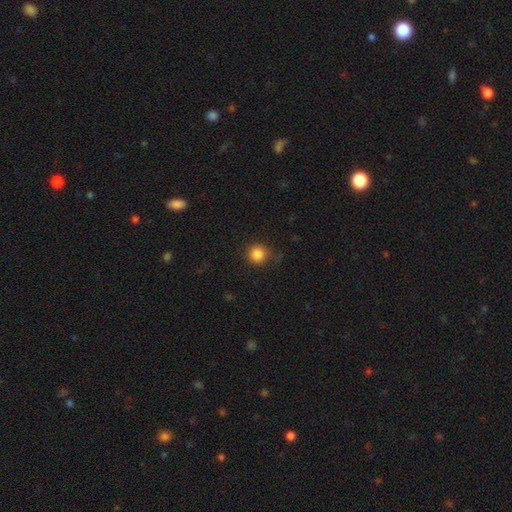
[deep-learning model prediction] Q: Smooth or featured?
A: smooth (85%); runner-up: star or artifact (11%)
Q: How rounded?
A: round (93%); runner-up: in between (6%)
Q: Merging?
A: none (79%); runner-up: minor disturbance (15%)